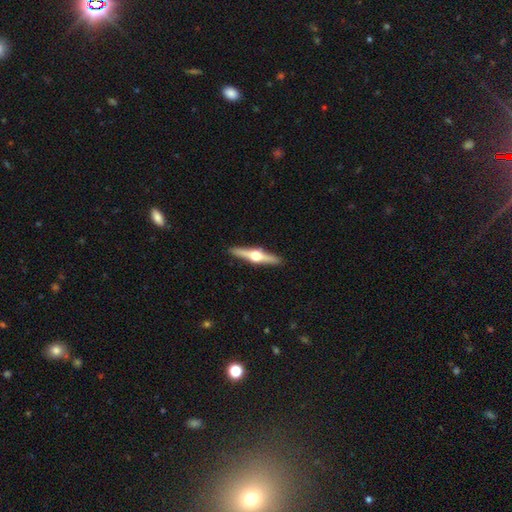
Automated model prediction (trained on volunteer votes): A featured or disk galaxy (77%) viewed edge-on (98%) with a rounded central bulge (97%). Merging: none (92%).